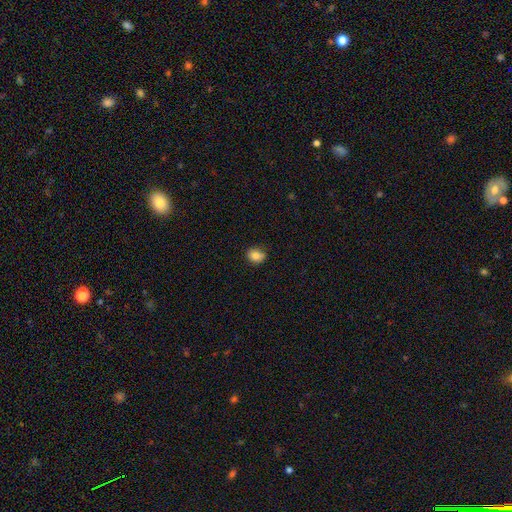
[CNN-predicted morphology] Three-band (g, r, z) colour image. It shows a smooth galaxy with no disk features (83%) that is round (64%). Merging: none (80%).